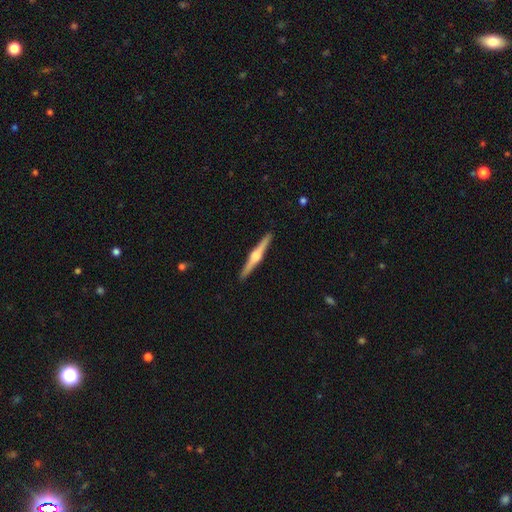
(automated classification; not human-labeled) Q: Smooth or featured?
A: featured or disk (79%); runner-up: smooth (16%)
Q: Edge-on disk?
A: yes (99%); runner-up: no (1%)
Q: Edge-on bulge?
A: rounded (87%); runner-up: boxy (9%)
Q: Merging?
A: none (92%); runner-up: minor disturbance (5%)